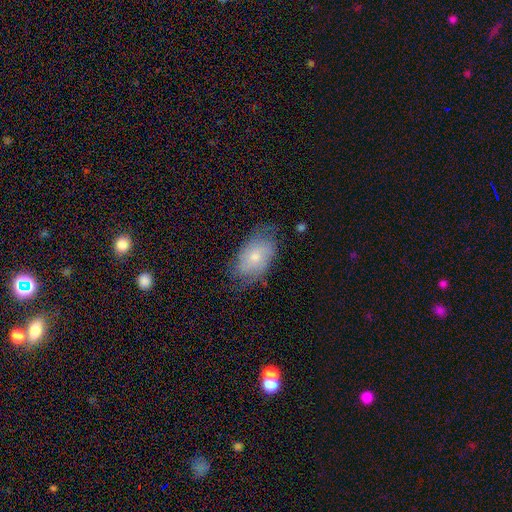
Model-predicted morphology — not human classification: smooth 48%, featured or disk 44%, star or artifact 8%. Down the decision tree: merging — none (64%).